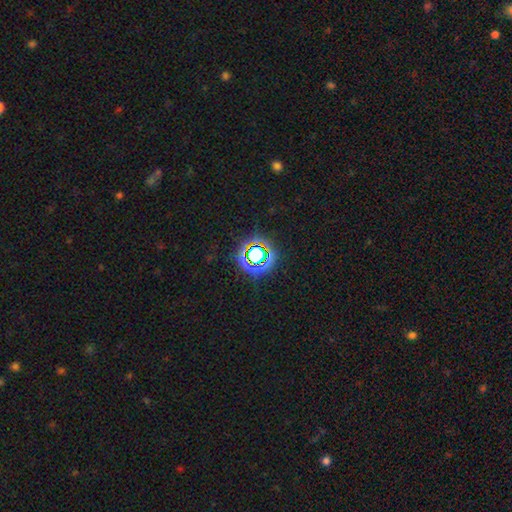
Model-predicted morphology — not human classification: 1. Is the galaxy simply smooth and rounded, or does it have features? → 65% star or artifact, 24% smooth, 11% featured or disk.